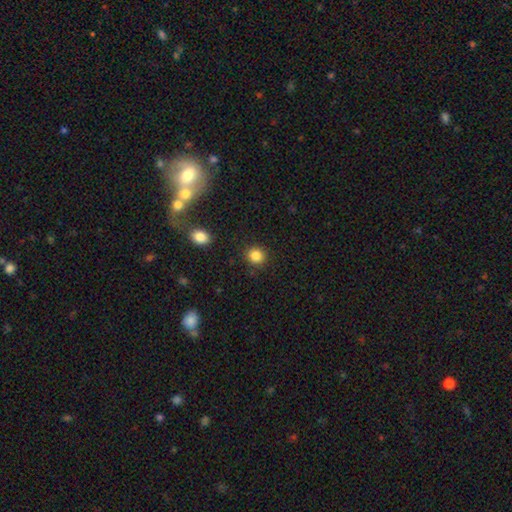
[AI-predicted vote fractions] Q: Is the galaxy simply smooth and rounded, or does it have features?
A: smooth — 85%.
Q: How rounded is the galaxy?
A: round — 87%.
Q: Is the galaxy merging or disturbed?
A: none — 90%.